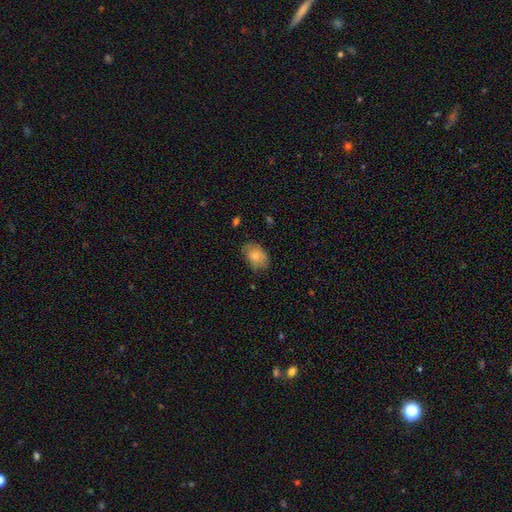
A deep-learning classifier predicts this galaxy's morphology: This appears to be a smooth galaxy with no disk features (65%) that is in between round and cigar-shaped (78%). Merging: none (72%).